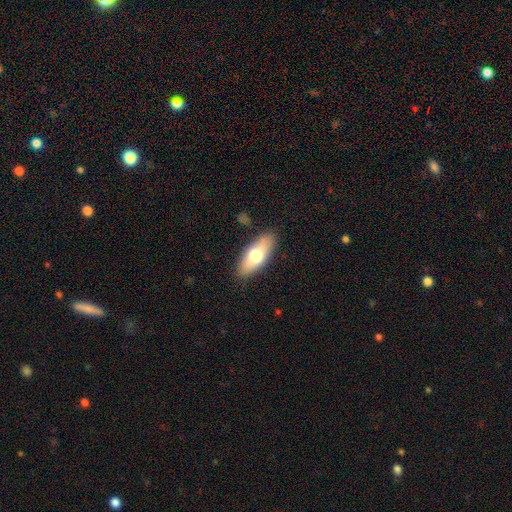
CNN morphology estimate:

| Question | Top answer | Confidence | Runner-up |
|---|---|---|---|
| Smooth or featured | smooth | 66% | featured or disk (27%) |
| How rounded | in between | 76% | cigar-shaped (21%) |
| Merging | none | 86% | minor disturbance (10%) |